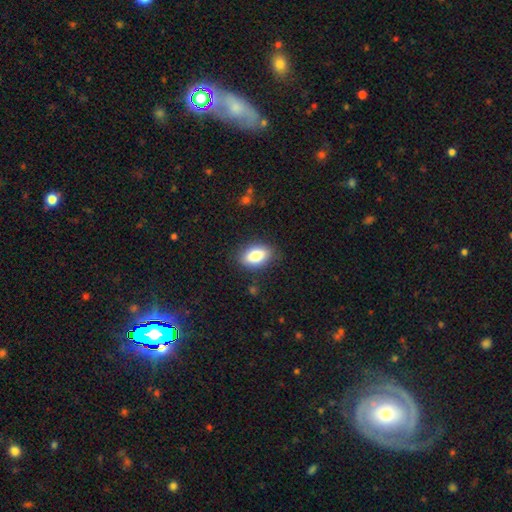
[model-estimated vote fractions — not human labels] smooth_or_featured: smooth (p=0.80) [alt: featured or disk p=0.12]
how_rounded: in between (p=0.88) [alt: round p=0.10]
merging: none (p=0.85) [alt: minor disturbance p=0.11]